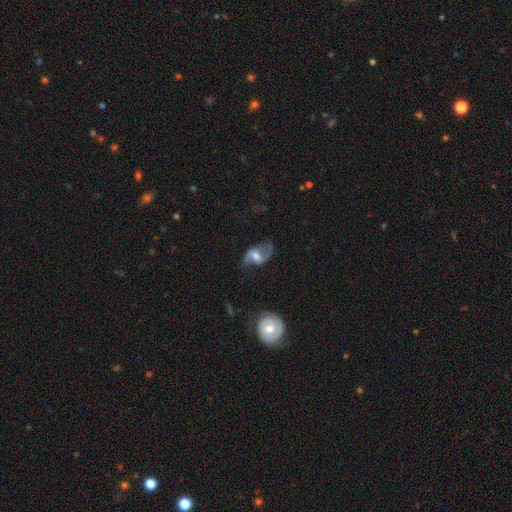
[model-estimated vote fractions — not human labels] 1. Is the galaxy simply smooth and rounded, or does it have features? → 78% featured or disk, 15% smooth, 7% star or artifact.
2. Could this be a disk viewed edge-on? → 96% no, 4% yes.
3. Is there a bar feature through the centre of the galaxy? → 49% weak, 32% no, 19% strong.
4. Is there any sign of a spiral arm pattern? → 92% yes, 8% no.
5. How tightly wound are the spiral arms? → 60% loose, 31% medium, 8% tight.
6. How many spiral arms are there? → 90% 2, 4% can't tell, 3% 1, 1% 3, 1% 4, 1% more than 4.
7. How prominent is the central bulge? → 62% moderate, 26% small, 7% large, 3% none, 1% dominant.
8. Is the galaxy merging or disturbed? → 67% none, 20% minor disturbance, 11% major disturbance, 2% merger.